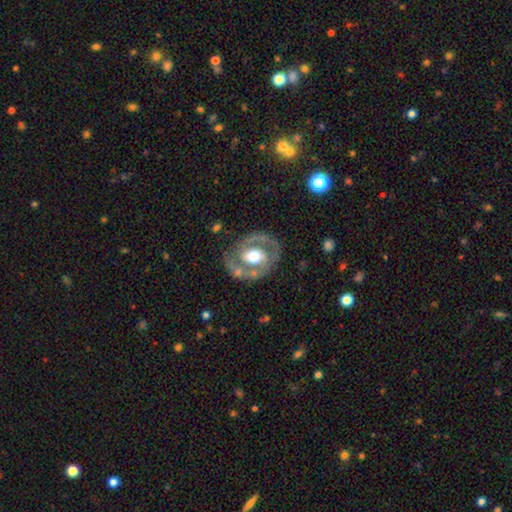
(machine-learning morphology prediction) Q: Smooth or featured?
A: featured or disk (74%); runner-up: smooth (20%)
Q: Edge-on disk?
A: no (96%); runner-up: yes (4%)
Q: Bar?
A: no (52%); runner-up: weak (31%)
Q: Spiral arms?
A: yes (63%); runner-up: no (37%)
Q: Bulge size?
A: moderate (61%); runner-up: large (29%)
Q: Merging?
A: none (73%); runner-up: minor disturbance (15%)